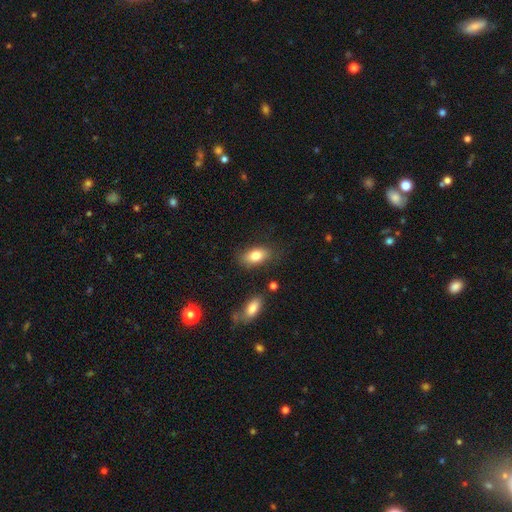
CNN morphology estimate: This appears to be a smooth galaxy with no disk features (81%) that is in between round and cigar-shaped (90%). Merging: none (80%).